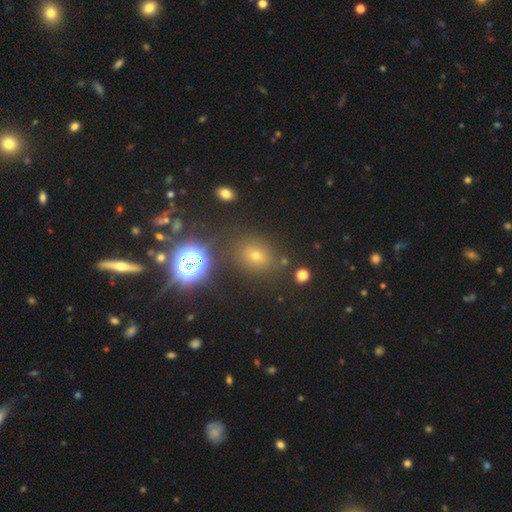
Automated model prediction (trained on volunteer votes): Overall: smooth (53%; star or artifact 35%). How rounded: round (64%; in between 35%). Merging: none (83%).